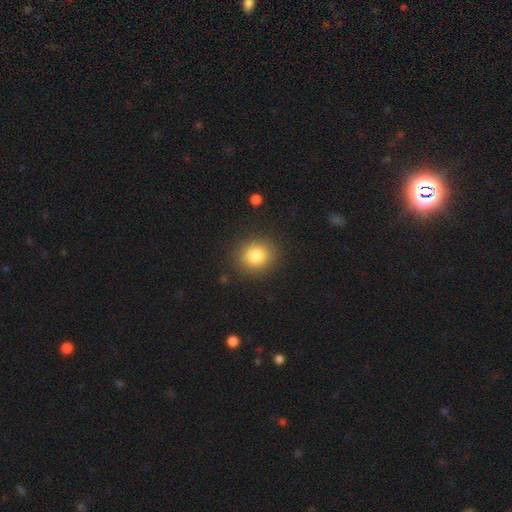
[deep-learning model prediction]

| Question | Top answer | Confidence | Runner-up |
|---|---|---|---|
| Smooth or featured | smooth | 83% | star or artifact (10%) |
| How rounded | round | 82% | in between (17%) |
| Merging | none | 89% | minor disturbance (7%) |